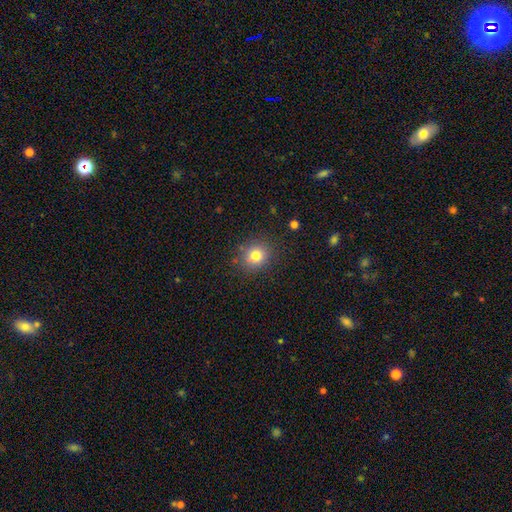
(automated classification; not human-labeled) This appears to be a smooth galaxy with no disk features (78%) that is round (78%). Merging: none (86%).